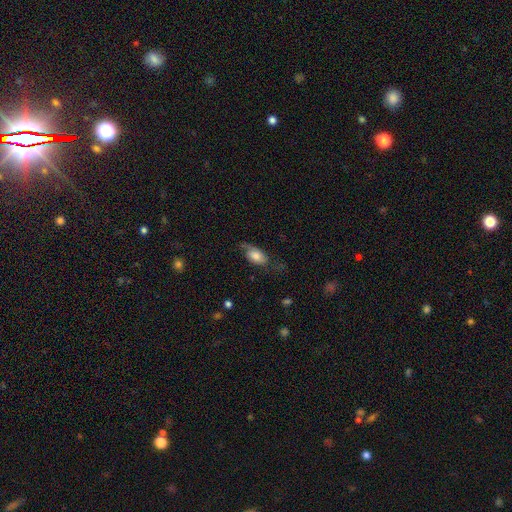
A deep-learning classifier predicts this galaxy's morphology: smooth_or_featured: smooth (p=0.54) [alt: featured or disk p=0.38]
how_rounded: in between (p=0.88) [alt: round p=0.07]
merging: none (p=0.49) [alt: minor disturbance p=0.28]